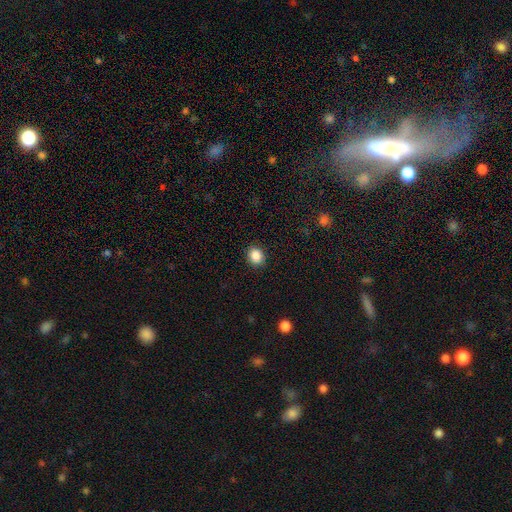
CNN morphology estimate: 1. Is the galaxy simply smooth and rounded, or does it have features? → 87% smooth, 9% star or artifact, 3% featured or disk.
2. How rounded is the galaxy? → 67% round, 32% in between, 1% cigar-shaped.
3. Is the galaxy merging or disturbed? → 90% none, 7% minor disturbance, 2% major disturbance, 1% merger.